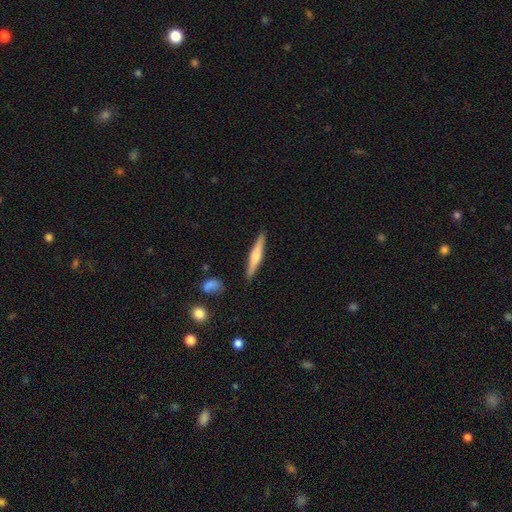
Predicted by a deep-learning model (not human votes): Q: Smooth or featured?
A: featured or disk (50%); runner-up: smooth (45%)
Q: Edge-on disk?
A: yes (97%); runner-up: no (3%)
Q: Merging?
A: none (88%); runner-up: minor disturbance (8%)